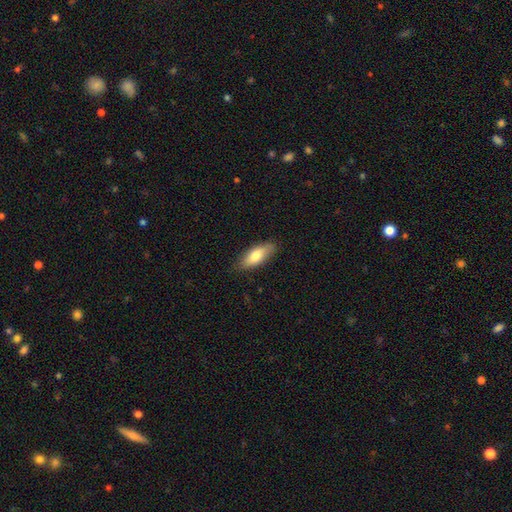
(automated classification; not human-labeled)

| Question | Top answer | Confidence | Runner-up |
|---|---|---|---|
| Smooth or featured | smooth | 76% | featured or disk (18%) |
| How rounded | in between | 77% | cigar-shaped (21%) |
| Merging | none | 81% | minor disturbance (15%) |